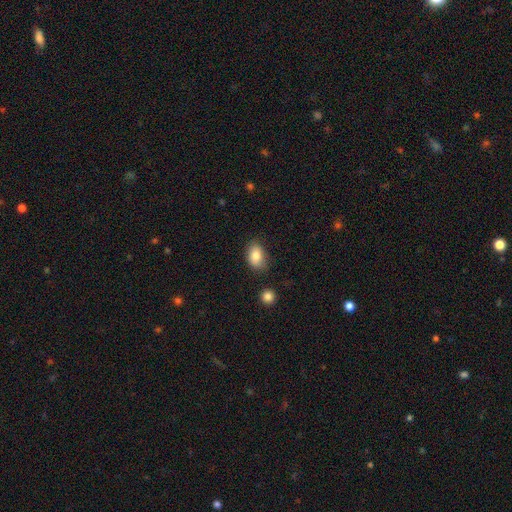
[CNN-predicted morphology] Overall: smooth (82%). How rounded: in between (83%). Merging: none (77%).